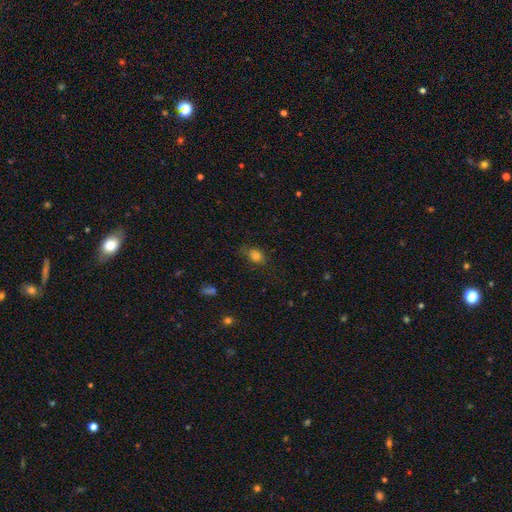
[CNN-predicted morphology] Smooth or featured?
  - smooth: 79% *
  - star or artifact: 15%
  - featured or disk: 7%
How rounded?
  - in between: 60% *
  - round: 38%
  - cigar-shaped: 2%
Merging?
  - none: 69% *
  - minor disturbance: 22%
  - major disturbance: 7%
  - merger: 2%